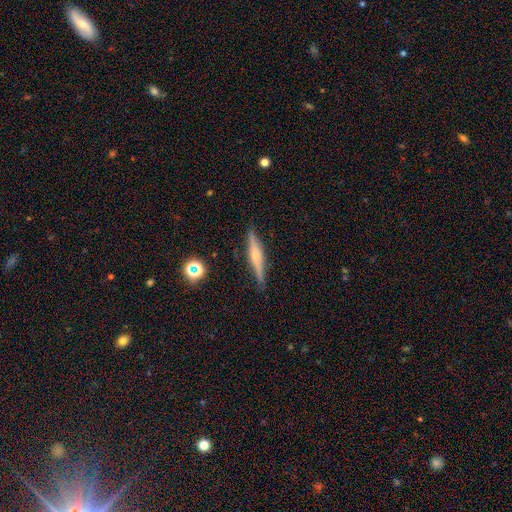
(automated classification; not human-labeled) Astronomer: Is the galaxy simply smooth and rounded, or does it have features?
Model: featured or disk — 61%.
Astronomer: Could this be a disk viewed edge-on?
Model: yes — 97%.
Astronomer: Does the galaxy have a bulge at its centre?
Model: rounded — 69%.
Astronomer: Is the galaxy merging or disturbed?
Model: none — 87%.